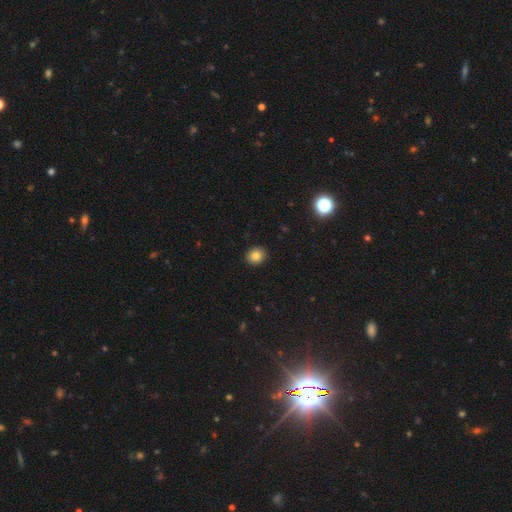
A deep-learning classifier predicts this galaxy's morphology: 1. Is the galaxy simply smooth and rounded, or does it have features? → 84% smooth, 10% star or artifact, 6% featured or disk.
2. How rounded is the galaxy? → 73% round, 27% in between, 1% cigar-shaped.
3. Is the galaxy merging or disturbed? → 92% none, 6% minor disturbance, 2% major disturbance, 1% merger.